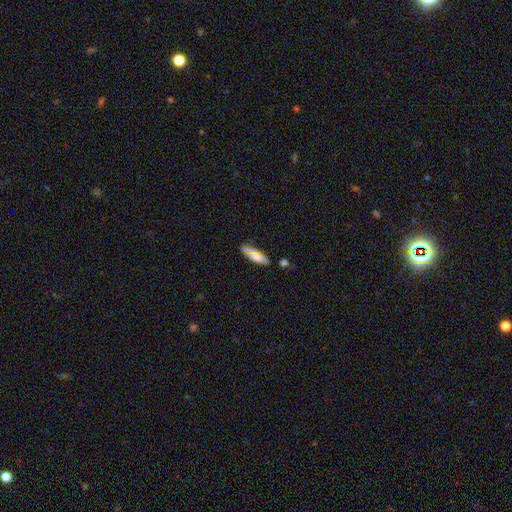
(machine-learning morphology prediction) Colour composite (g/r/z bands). It shows a smooth galaxy with no disk features (70%) that is cigar-shaped (60%). Merging: none (67%).